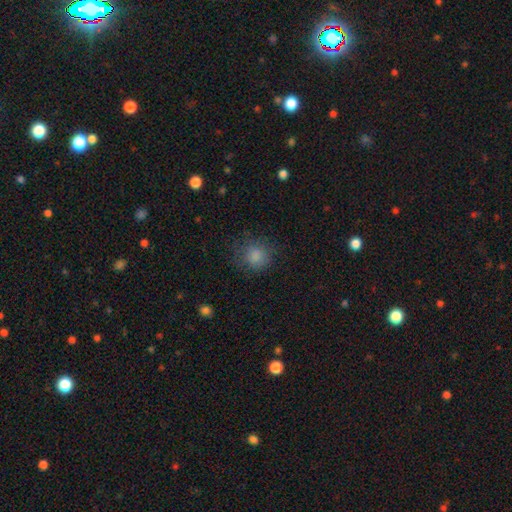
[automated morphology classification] A smooth galaxy with no disk features (83%) that is round (85%).

Vote fractions:
- Smooth or featured? smooth: 83% / star or artifact: 11% / featured or disk: 6%
- How rounded? round: 85% / in between: 14% / cigar-shaped: 1%
- Merging? none: 74% / minor disturbance: 17% / major disturbance: 8% / merger: 1%